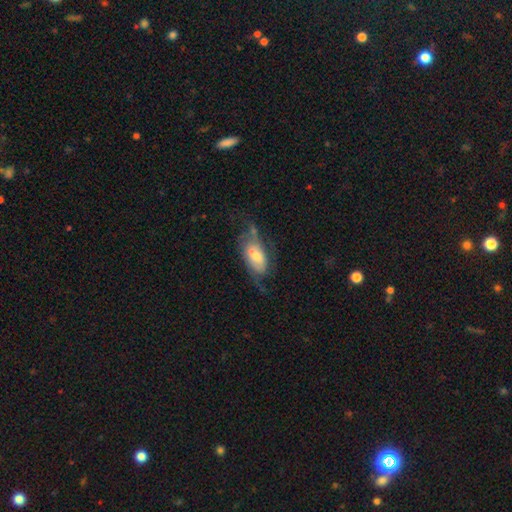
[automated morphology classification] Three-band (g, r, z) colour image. It shows a featured or disk galaxy (52%). Merging: none (38%).